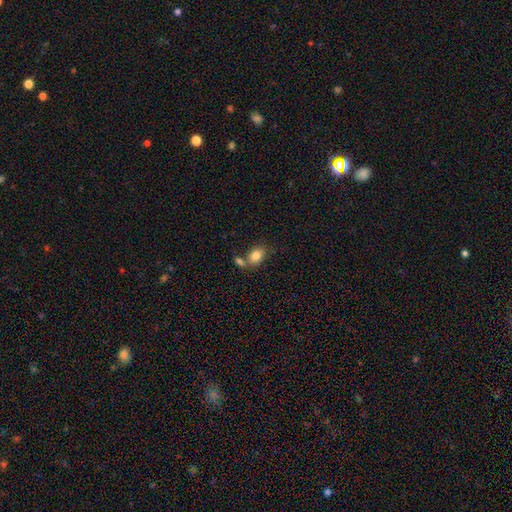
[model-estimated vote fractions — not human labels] smooth 83%, featured or disk 9%, star or artifact 8%. Down the decision tree: how rounded — in between (76%); merging — none (47%).